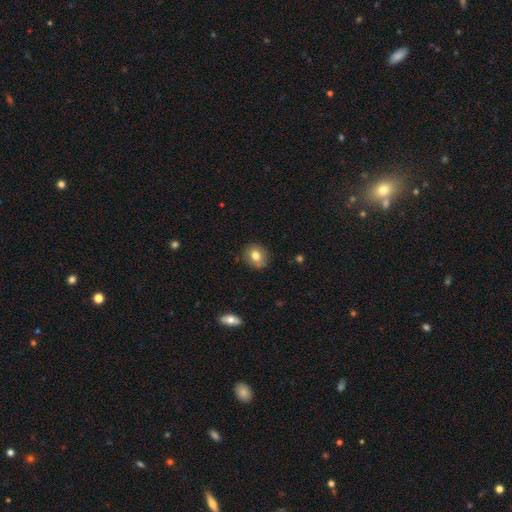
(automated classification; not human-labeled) Smooth or featured? smooth (78%)
How rounded? round (71%)
Merging? none (82%)